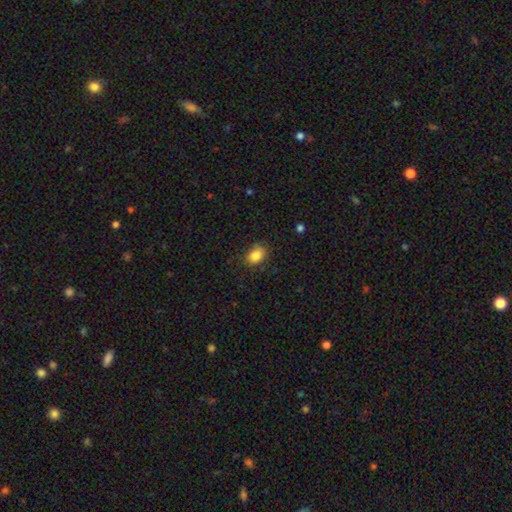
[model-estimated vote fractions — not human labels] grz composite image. It shows a smooth galaxy with no disk features (85%) that is in between round and cigar-shaped (67%). Merging: none (78%).